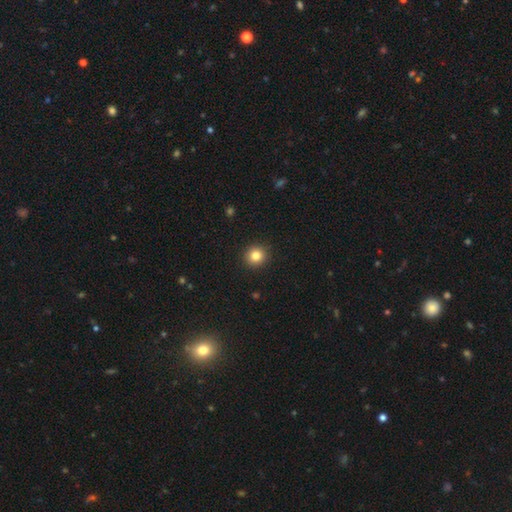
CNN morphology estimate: This appears to be a smooth galaxy with no disk features (83%) that is round (93%). Merging: none (92%).